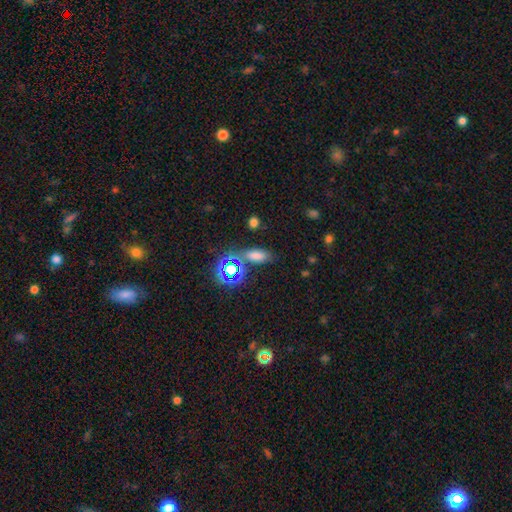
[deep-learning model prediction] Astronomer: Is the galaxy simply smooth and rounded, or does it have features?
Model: smooth — 63%.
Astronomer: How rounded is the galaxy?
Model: in between — 74%.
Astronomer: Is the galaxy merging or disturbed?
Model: none — 67%.